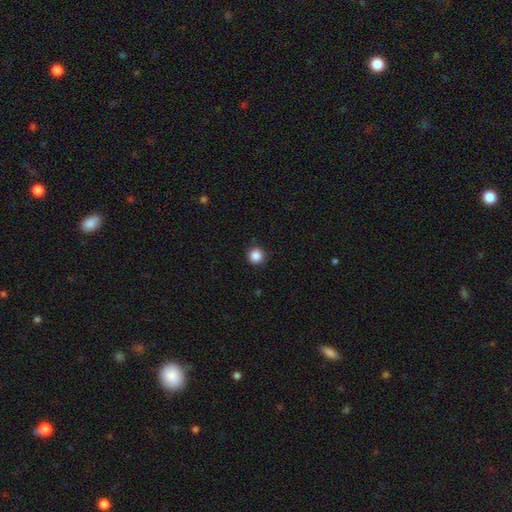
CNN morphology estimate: smooth_or_featured: smooth (p=0.87) [alt: star or artifact p=0.10]
how_rounded: round (p=0.95) [alt: in between p=0.04]
merging: none (p=0.91) [alt: minor disturbance p=0.06]